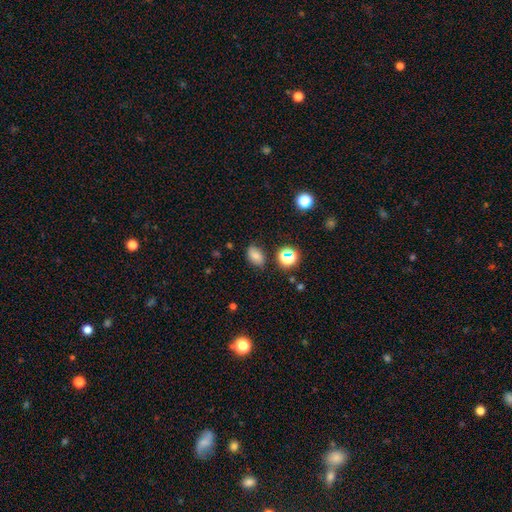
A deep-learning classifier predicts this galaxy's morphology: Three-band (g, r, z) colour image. It shows a smooth galaxy with no disk features (73%) that is in between round and cigar-shaped (82%). Merging: none (79%).